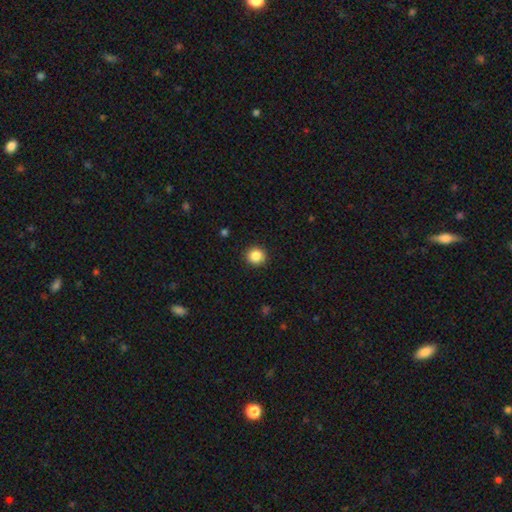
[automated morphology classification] Smooth or featured? Predicted: smooth (p=0.86). How rounded? Predicted: round (p=0.90). Merging? Predicted: none (p=0.91).